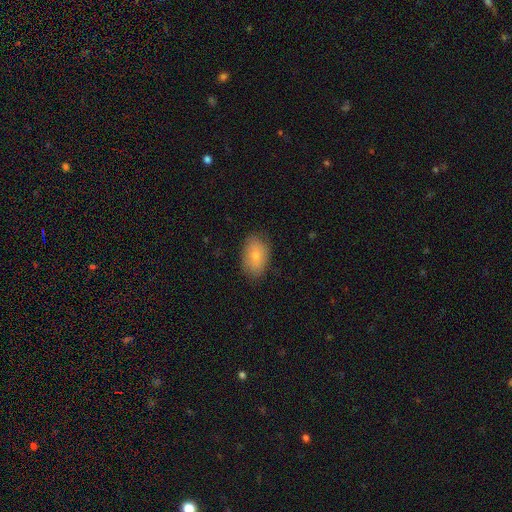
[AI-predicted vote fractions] Smooth or featured?
  - smooth: 77% *
  - featured or disk: 15%
  - star or artifact: 8%
How rounded?
  - in between: 87% *
  - round: 11%
  - cigar-shaped: 1%
Merging?
  - none: 80% *
  - minor disturbance: 15%
  - major disturbance: 4%
  - merger: 1%